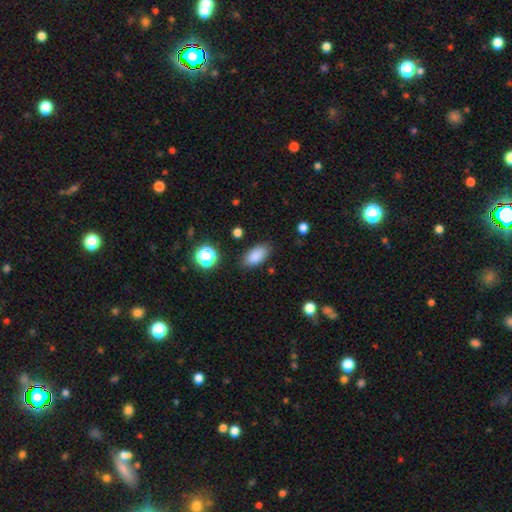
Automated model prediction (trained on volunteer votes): The model was most divided on "merging": none: 84%, minor disturbance: 11%, major disturbance: 3%, merger: 2%. More confident: how rounded — in between (90%); smooth or featured — smooth (86%).